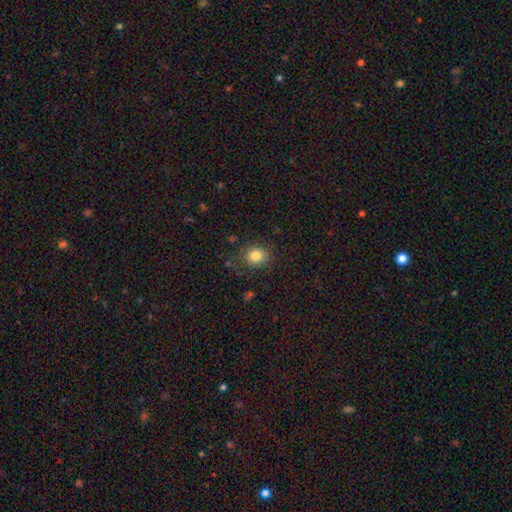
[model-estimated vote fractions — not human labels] Smooth or featured? smooth (83%)
How rounded? round (68%)
Merging? none (81%)